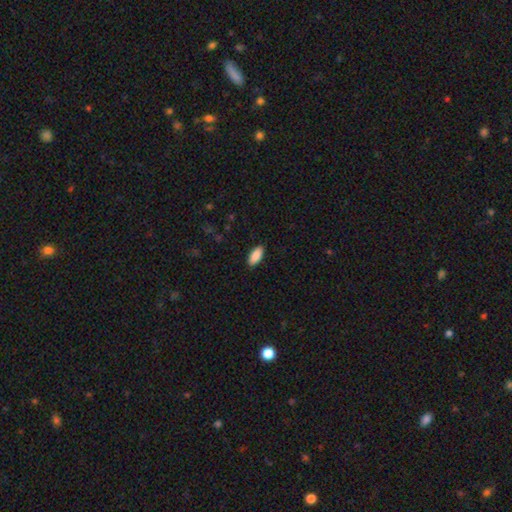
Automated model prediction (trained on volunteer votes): The model was most divided on "how rounded": in between: 89%, cigar-shaped: 10%, round: 2%. More confident: smooth or featured — smooth (90%); merging — none (90%).